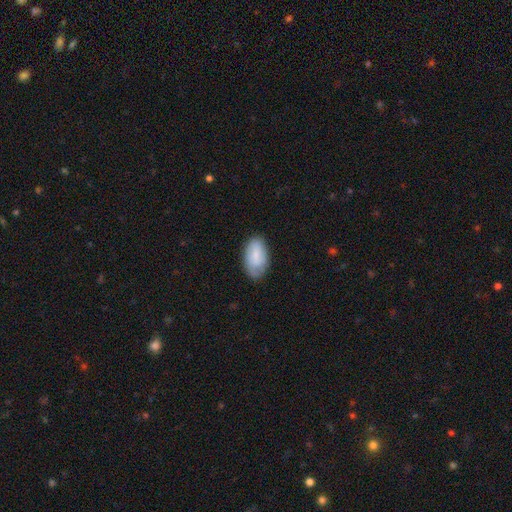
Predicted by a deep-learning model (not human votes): Smooth or featured: smooth — 71% (featured or disk — 23%)
How rounded: in between — 94% (round — 4%)
Merging: none — 73% (minor disturbance — 21%)